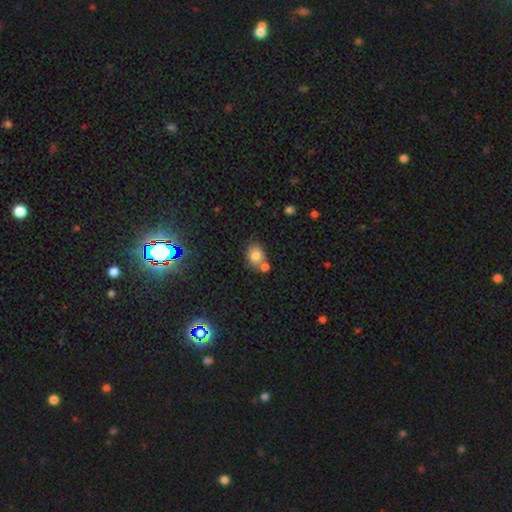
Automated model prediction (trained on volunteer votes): Smooth or featured? smooth (80%)
How rounded? round (53%)
Merging? none (56%)